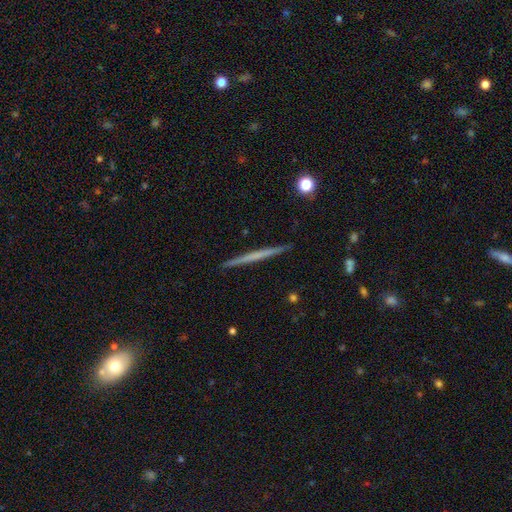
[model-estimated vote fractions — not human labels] Q: Smooth or featured?
A: featured or disk (55%); runner-up: smooth (40%)
Q: Edge-on disk?
A: yes (98%); runner-up: no (2%)
Q: Edge-on bulge?
A: none (91%); runner-up: rounded (6%)
Q: Merging?
A: none (92%); runner-up: minor disturbance (5%)